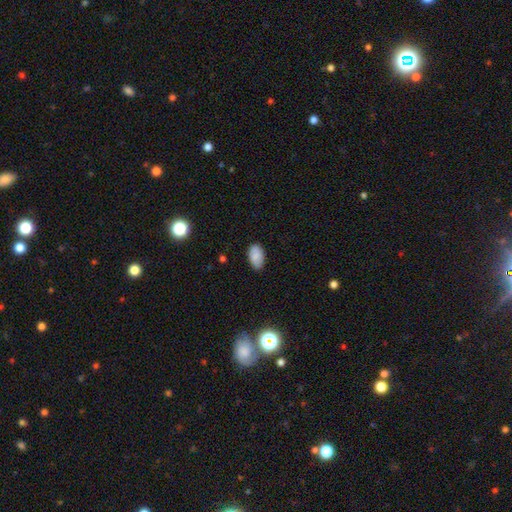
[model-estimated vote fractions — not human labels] Smooth or featured?
  - smooth: 85% *
  - star or artifact: 8%
  - featured or disk: 7%
How rounded?
  - in between: 94% *
  - round: 5%
  - cigar-shaped: 1%
Merging?
  - none: 80% *
  - minor disturbance: 16%
  - major disturbance: 3%
  - merger: 1%